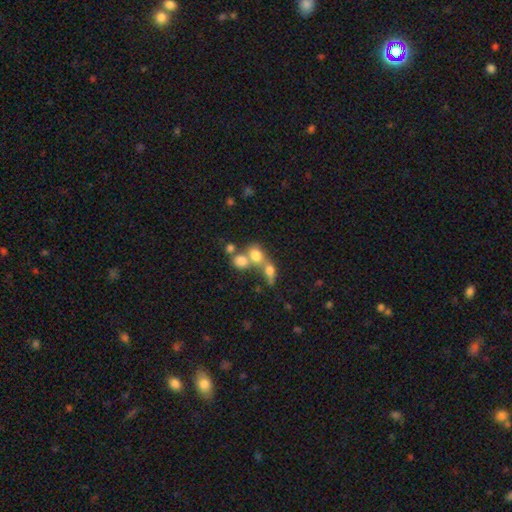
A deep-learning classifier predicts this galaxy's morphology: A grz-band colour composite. It shows a smooth galaxy with no disk features (71%) that is round (57%). Merging: merger (58%).